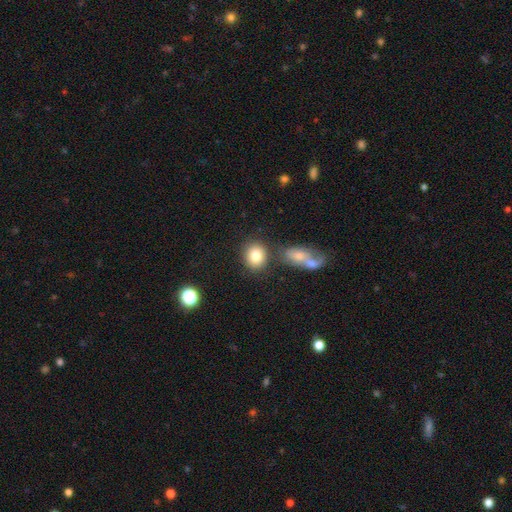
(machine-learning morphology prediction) Q: Smooth or featured?
A: smooth (81%); runner-up: star or artifact (10%)
Q: How rounded?
A: round (73%); runner-up: in between (26%)
Q: Merging?
A: none (74%); runner-up: merger (12%)